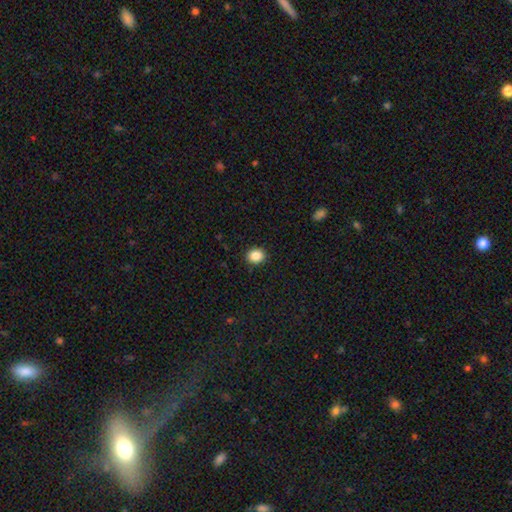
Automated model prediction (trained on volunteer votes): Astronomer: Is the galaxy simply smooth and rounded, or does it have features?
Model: smooth — 87%.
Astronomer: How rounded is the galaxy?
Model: round — 67%.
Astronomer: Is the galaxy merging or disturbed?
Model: none — 91%.